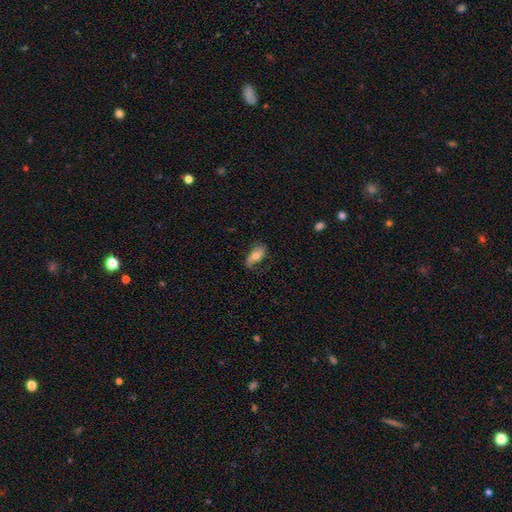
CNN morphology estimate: Q: Smooth or featured?
A: featured or disk (49%); runner-up: smooth (44%)
Q: Merging?
A: none (56%); runner-up: minor disturbance (27%)